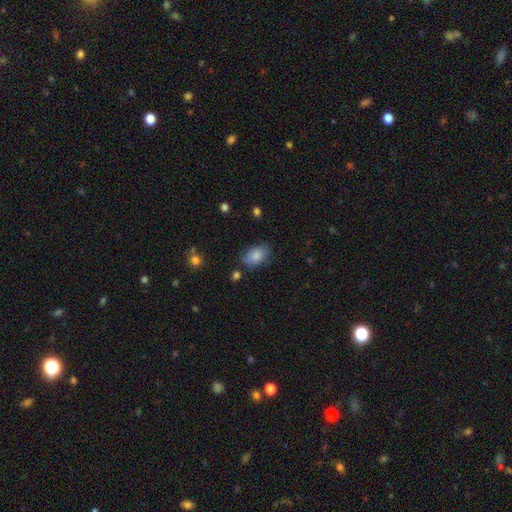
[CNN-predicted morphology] This is clearly a smooth galaxy (84%). How rounded: clearly in between (90%). Merging: likely none (72%).